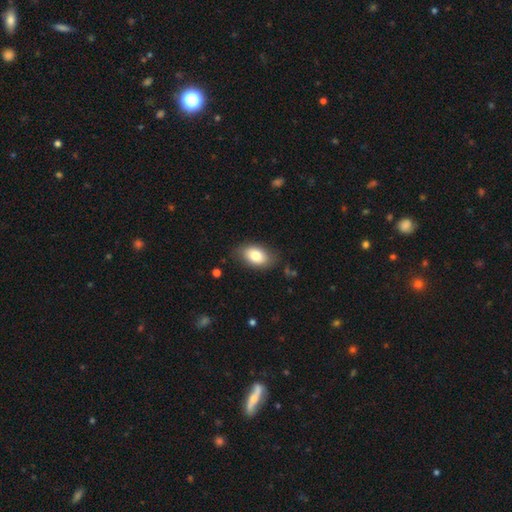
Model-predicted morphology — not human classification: This appears to be a smooth galaxy with no disk features (81%) that is in between round and cigar-shaped (90%). Merging: none (81%).